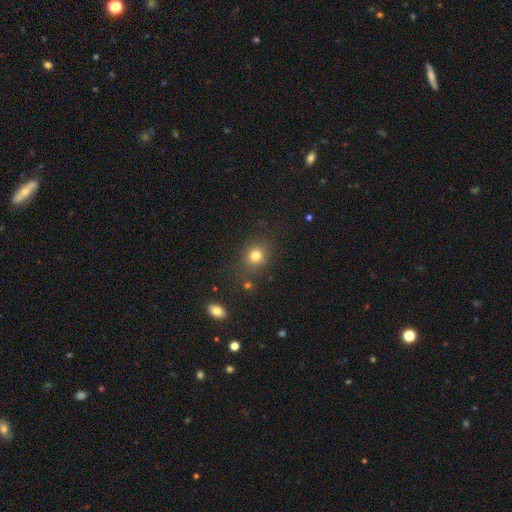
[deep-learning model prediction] This appears to be a smooth galaxy with no disk features (79%) that is round (77%). Merging: none (79%).